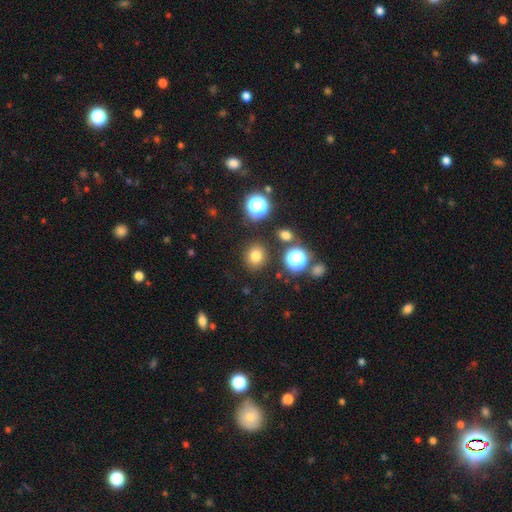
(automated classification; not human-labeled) smooth-or-featured: smooth: 77% | star or artifact: 17% | featured or disk: 6%
  how-rounded: round: 81% | in between: 18% | cigar-shaped: 1%
  merging: none: 85% | minor disturbance: 8% | merger: 4% | major disturbance: 3%